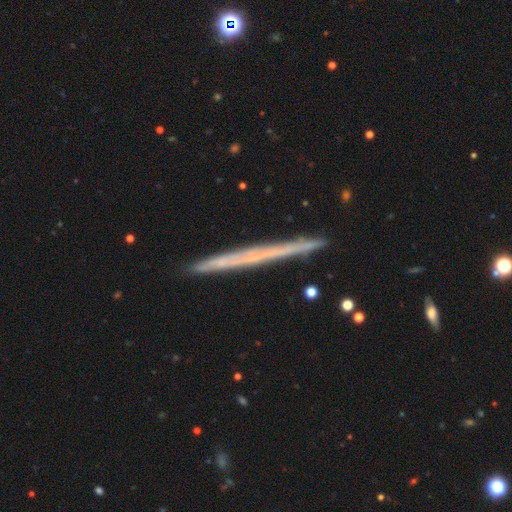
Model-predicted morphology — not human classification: type=featured or disk (61%); edge-on=yes (97%); edge-on bulge=none (90%); merging=none (90%).